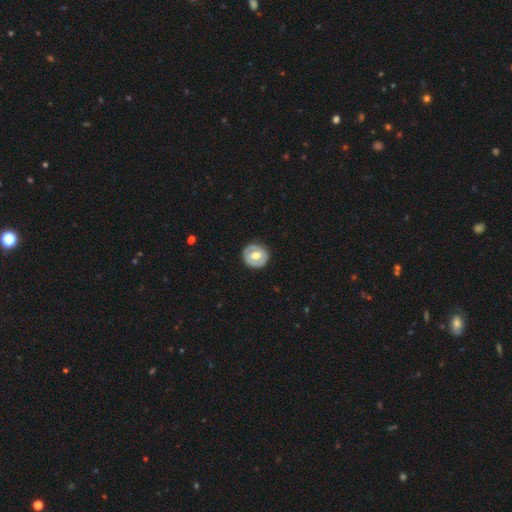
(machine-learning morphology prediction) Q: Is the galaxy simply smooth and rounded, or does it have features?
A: featured or disk — 55%.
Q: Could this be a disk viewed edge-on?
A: no — 96%.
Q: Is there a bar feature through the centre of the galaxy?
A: weak — 46%.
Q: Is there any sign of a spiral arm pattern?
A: no — 57%.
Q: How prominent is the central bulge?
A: moderate — 70%.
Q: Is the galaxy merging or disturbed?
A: none — 85%.